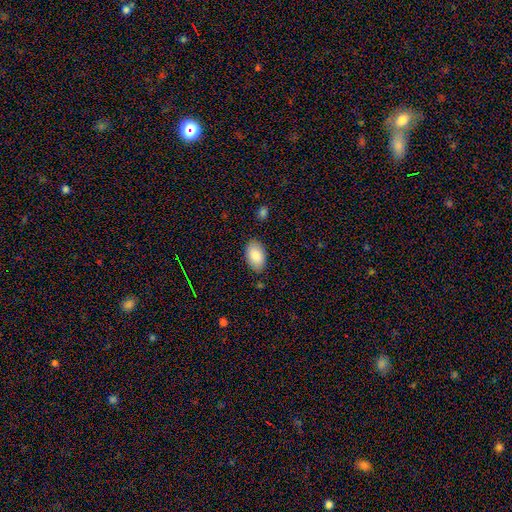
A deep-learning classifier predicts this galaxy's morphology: type=smooth (86%); roundness=in between (93%); merging=none (85%).